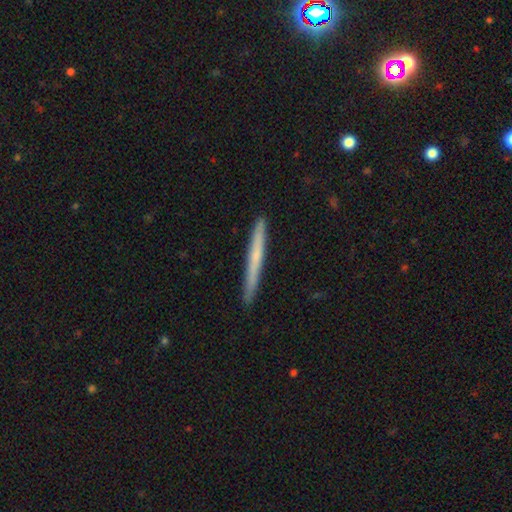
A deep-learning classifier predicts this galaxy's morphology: Smooth or featured: smooth — 54% (featured or disk — 40%)
How rounded: cigar-shaped — 97% (in between — 2%)
Merging: none — 91% (minor disturbance — 7%)